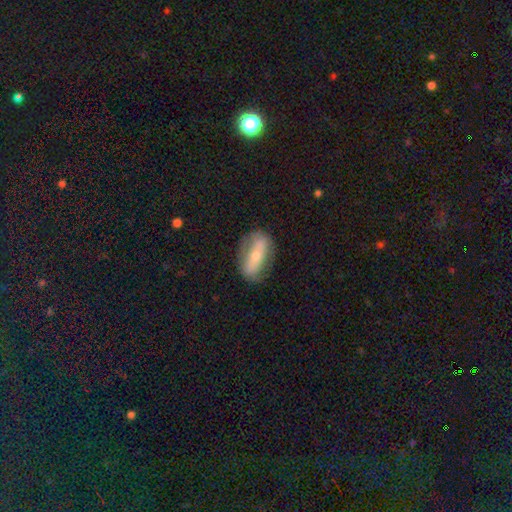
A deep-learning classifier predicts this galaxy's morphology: A featured or disk galaxy (48%). Merging: none (75%).